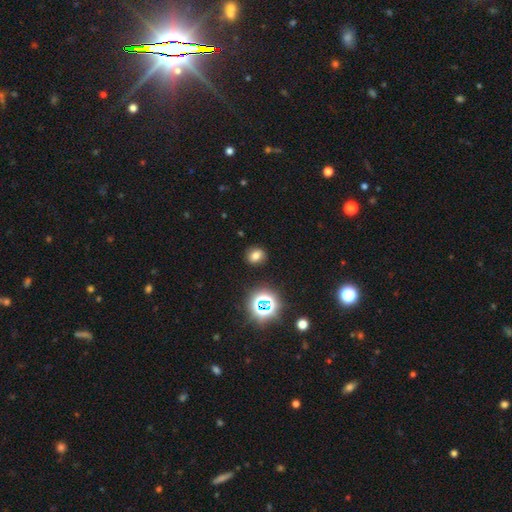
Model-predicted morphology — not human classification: smooth-or-featured: smooth: 68% | star or artifact: 22% | featured or disk: 10%
  how-rounded: round: 61% | in between: 37% | cigar-shaped: 1%
  merging: none: 86% | minor disturbance: 9% | major disturbance: 3% | merger: 2%